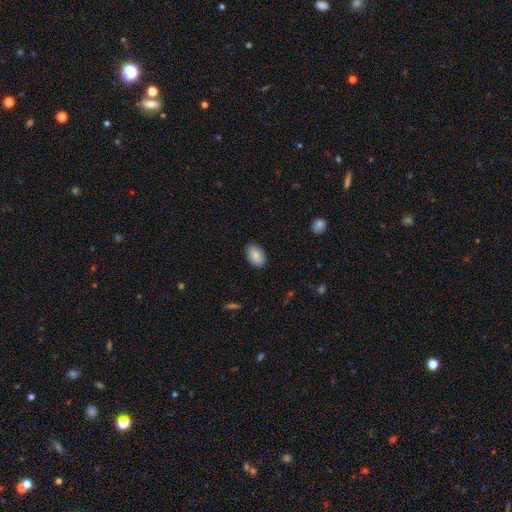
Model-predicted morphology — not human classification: type=smooth (88%); roundness=in between (90%); merging=none (87%).